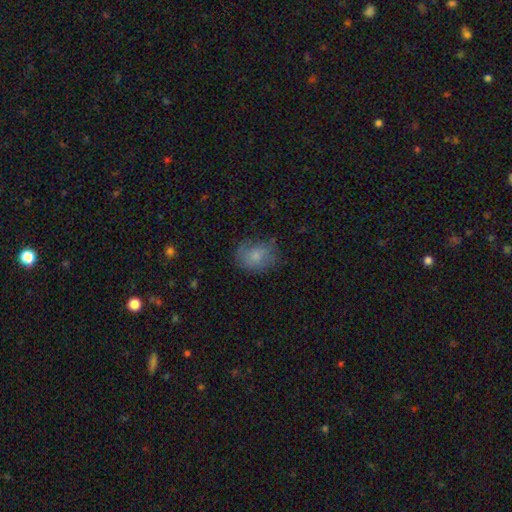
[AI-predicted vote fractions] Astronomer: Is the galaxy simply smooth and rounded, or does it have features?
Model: smooth — 73%.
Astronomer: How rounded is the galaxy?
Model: in between — 61% (runner-up: round, 37%).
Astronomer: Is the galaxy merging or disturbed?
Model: none — 64%.